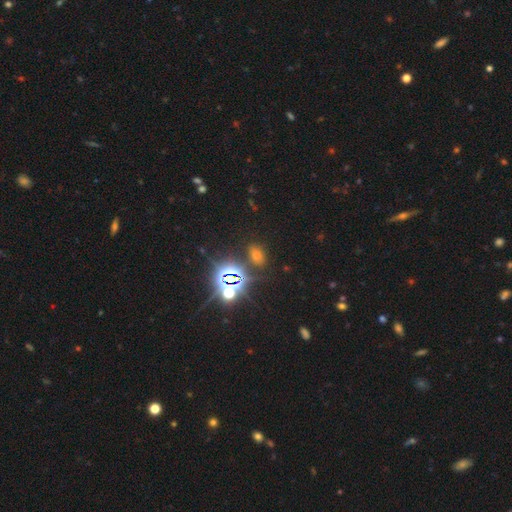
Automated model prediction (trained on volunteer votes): A star or artifact, not a galaxy (65%).